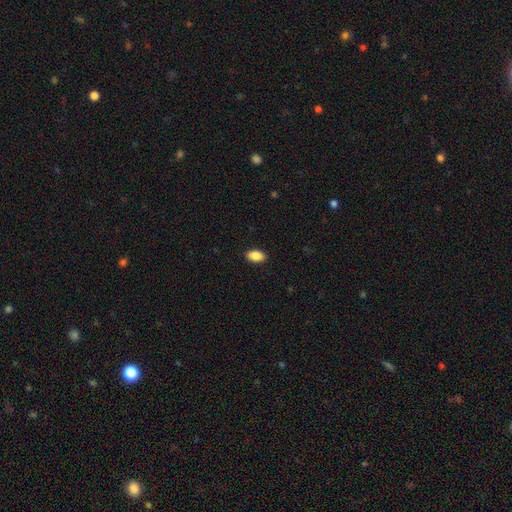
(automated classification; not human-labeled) smooth_or_featured: smooth (p=0.87) [alt: star or artifact p=0.07]
how_rounded: in between (p=0.92) [alt: round p=0.05]
merging: none (p=0.89) [alt: minor disturbance p=0.08]